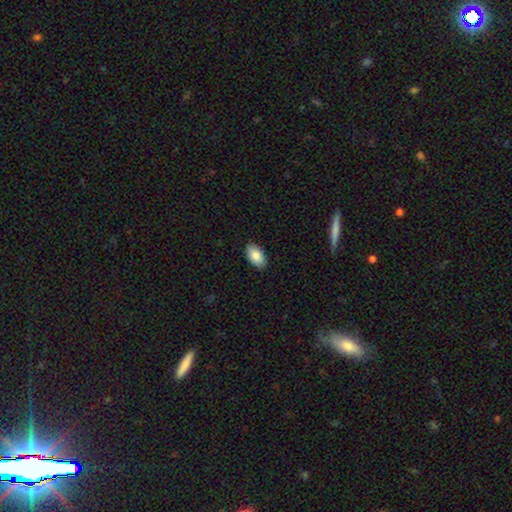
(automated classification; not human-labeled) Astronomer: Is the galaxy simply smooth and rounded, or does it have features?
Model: smooth — 87%.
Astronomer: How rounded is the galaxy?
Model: in between — 95%.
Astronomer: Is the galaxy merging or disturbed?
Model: none — 88%.